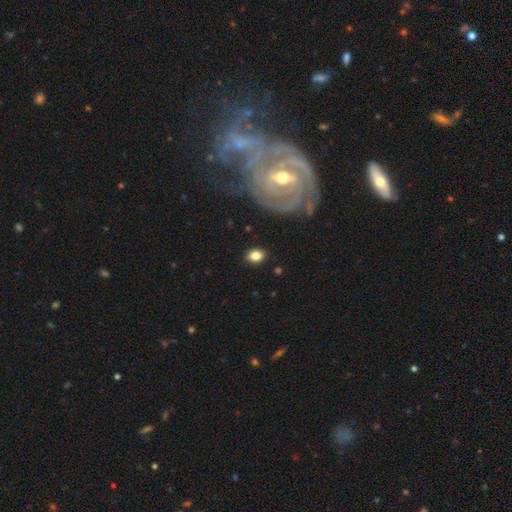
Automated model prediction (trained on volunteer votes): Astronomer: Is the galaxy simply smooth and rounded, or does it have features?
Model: smooth — 82%.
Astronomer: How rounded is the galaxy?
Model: in between — 62% (runner-up: round, 37%).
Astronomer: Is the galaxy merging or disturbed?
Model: none — 86%.